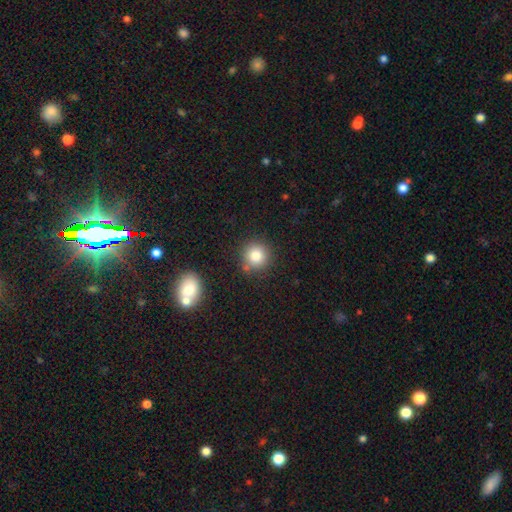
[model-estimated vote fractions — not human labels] This appears to be a smooth galaxy with no disk features (83%) that is round (92%). Merging: none (81%).